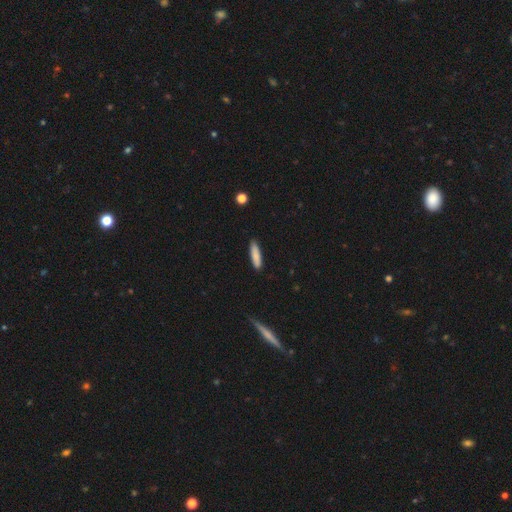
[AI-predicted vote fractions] smooth 85%, featured or disk 9%, star or artifact 6%. Down the decision tree: how rounded — cigar-shaped (73%); merging — none (88%).